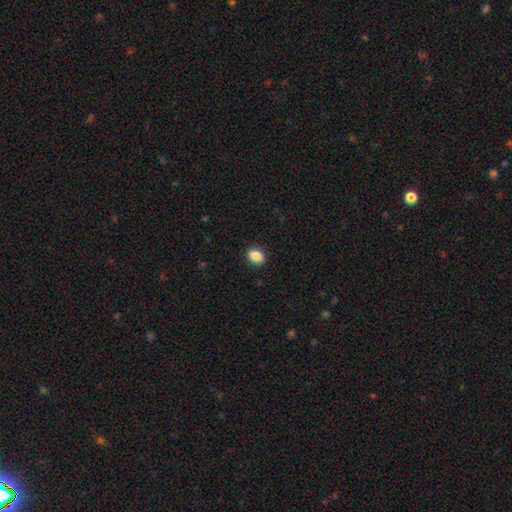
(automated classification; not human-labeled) Smooth or featured: smooth — 88% (star or artifact — 8%)
How rounded: in between — 62% (round — 37%)
Merging: none — 90% (minor disturbance — 7%)